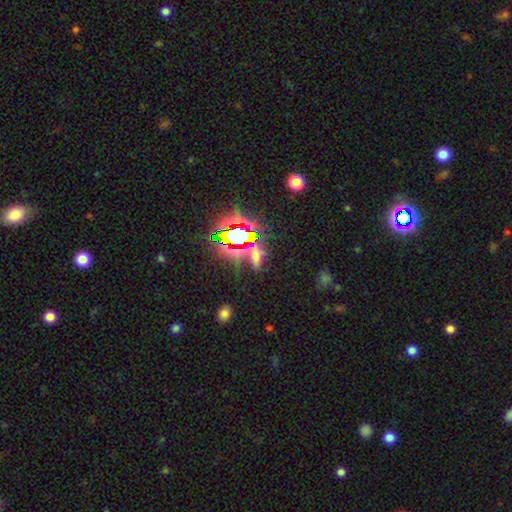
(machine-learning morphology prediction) The model was most divided on "smooth or featured": star or artifact: 55%, smooth: 31%, featured or disk: 14%.